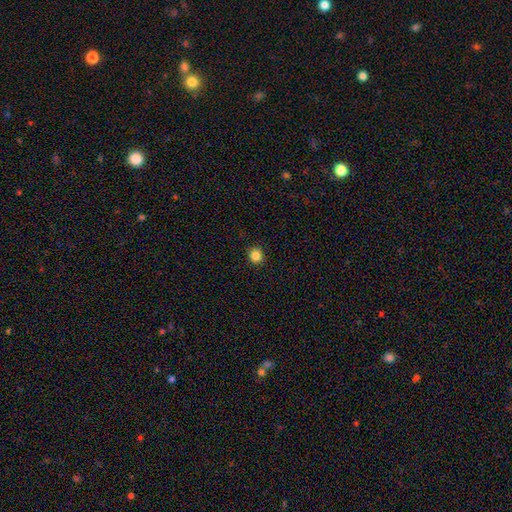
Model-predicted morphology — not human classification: Smooth or featured? Predicted: smooth (p=0.85). How rounded? Predicted: round (p=0.89). Merging? Predicted: none (p=0.92).